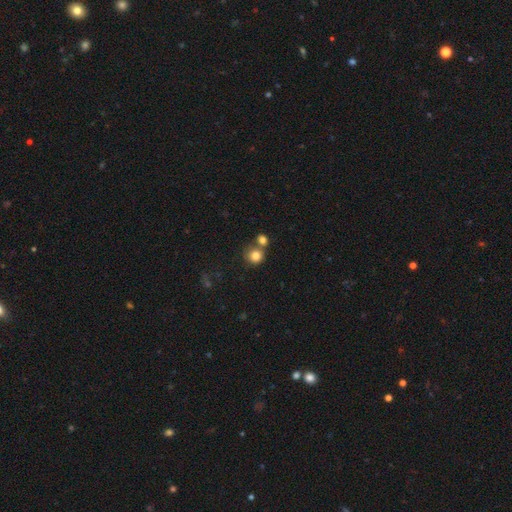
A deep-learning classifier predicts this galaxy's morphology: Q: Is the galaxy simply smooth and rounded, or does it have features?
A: smooth — 81%.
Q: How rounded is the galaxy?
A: round — 88%.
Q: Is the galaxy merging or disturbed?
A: none — 59%.